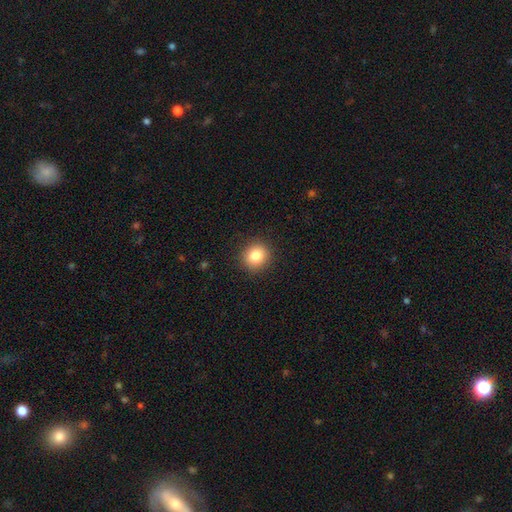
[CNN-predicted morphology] This is clearly a smooth galaxy (83%). How rounded: clearly round (88%). Merging: clearly none (91%).